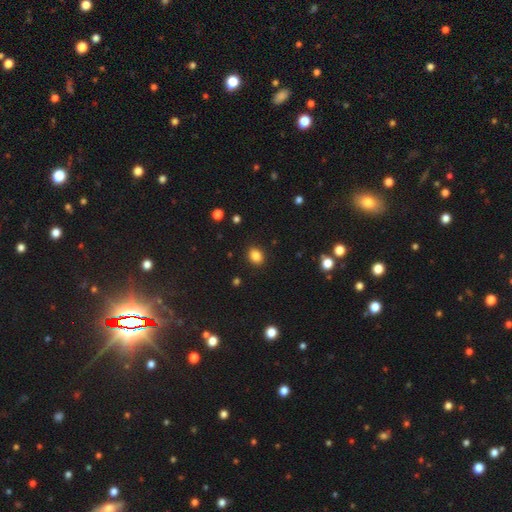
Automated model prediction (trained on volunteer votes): smooth 85%, star or artifact 10%, featured or disk 4%. Down the decision tree: how rounded — in between (55%); merging — none (90%).